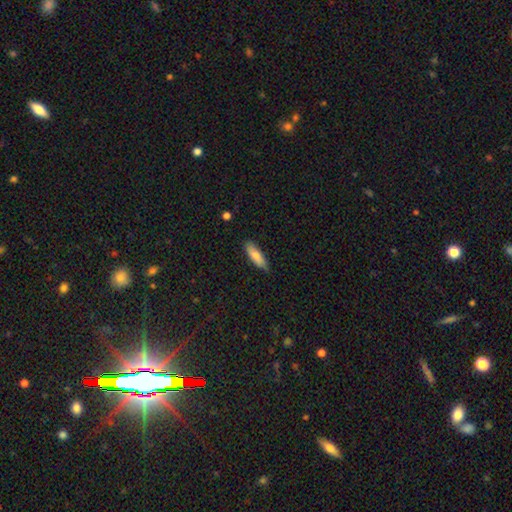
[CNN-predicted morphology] This is likely a smooth galaxy (79%). How rounded: possibly cigar-shaped (51%). Merging: likely none (78%).